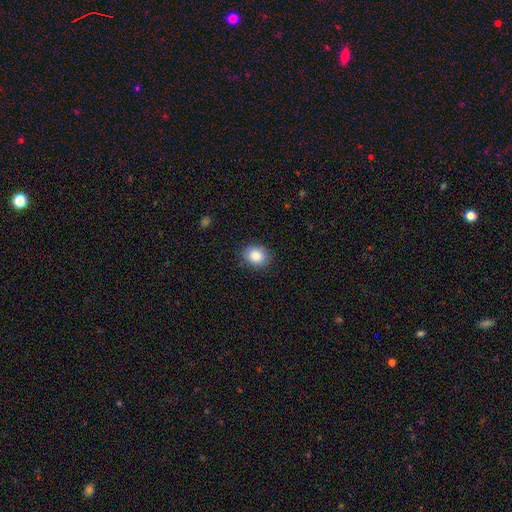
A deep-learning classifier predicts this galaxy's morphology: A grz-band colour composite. It shows a smooth galaxy with no disk features (86%) that is round (59%). Merging: none (85%).